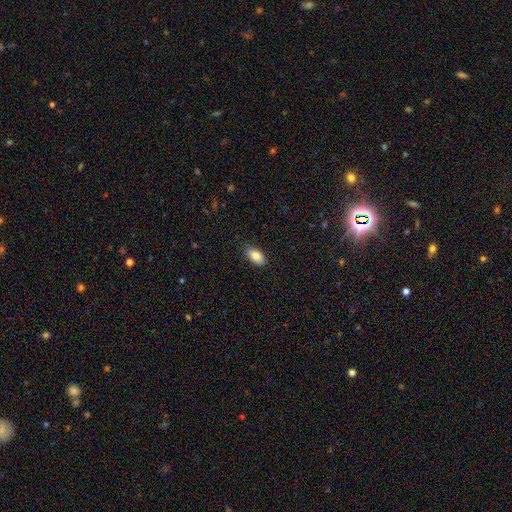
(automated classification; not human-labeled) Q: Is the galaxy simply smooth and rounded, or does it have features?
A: smooth — 83%.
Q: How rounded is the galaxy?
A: in between — 92%.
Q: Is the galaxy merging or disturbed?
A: none — 84%.